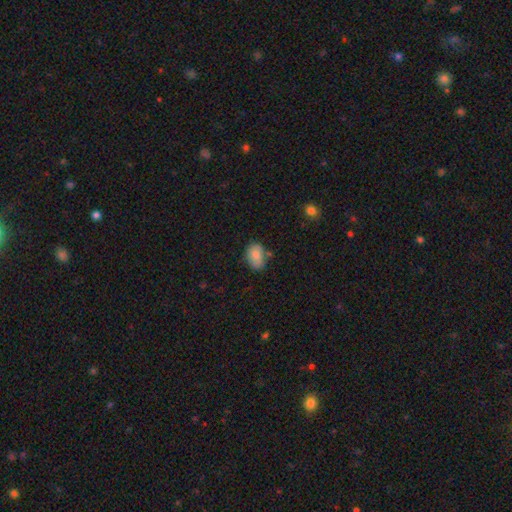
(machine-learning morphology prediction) type=smooth (80%); roundness=in between (81%); merging=none (62%).